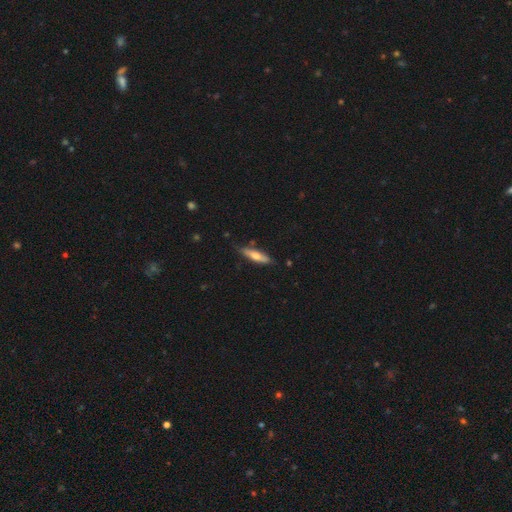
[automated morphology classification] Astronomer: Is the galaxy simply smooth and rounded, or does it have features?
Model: smooth — 53% (runner-up: featured or disk, 42%).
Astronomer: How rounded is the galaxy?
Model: cigar-shaped — 73%.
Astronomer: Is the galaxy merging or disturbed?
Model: none — 78%.